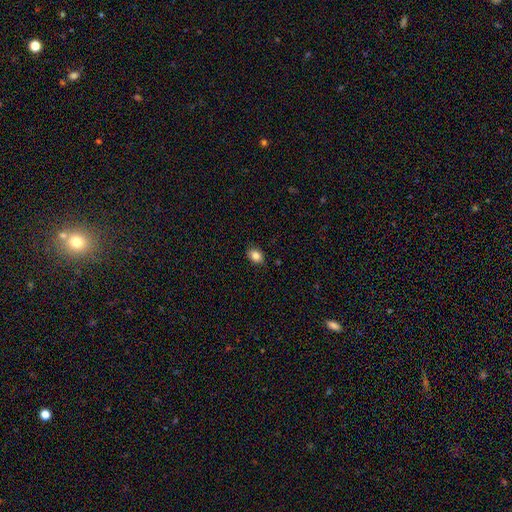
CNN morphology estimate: This appears to be a smooth galaxy with no disk features (84%) that is in between round and cigar-shaped (77%). Merging: none (86%).